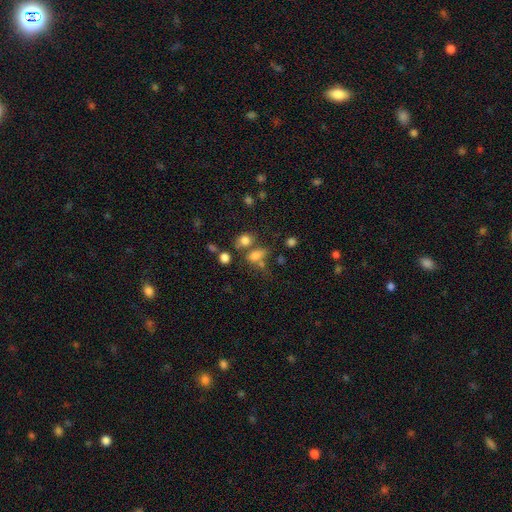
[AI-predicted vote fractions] The model was most divided on "merging": none: 44%, merger: 29%, minor disturbance: 16%, major disturbance: 11%. More confident: smooth or featured — smooth (73%); how rounded — in between (72%).